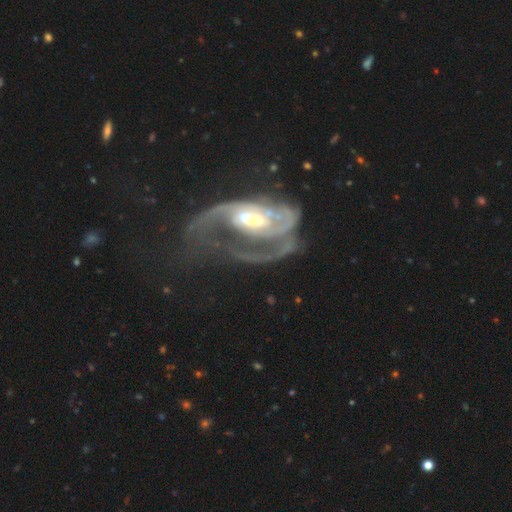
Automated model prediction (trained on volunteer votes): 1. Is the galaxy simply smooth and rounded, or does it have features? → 81% featured or disk, 11% smooth, 8% star or artifact.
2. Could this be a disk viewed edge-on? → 95% no, 5% yes.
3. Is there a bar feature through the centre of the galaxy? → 43% no, 35% weak, 22% strong.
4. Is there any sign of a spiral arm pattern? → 75% yes, 25% no.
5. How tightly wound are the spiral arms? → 40% medium, 31% loose, 30% tight.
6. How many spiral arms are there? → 35% 2, 30% 1, 23% can't tell, 5% 3, 3% 4, 3% more than 4.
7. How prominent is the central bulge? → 58% moderate, 23% small, 14% large, 3% none, 2% dominant.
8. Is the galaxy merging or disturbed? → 59% major disturbance, 21% none, 14% minor disturbance, 6% merger.